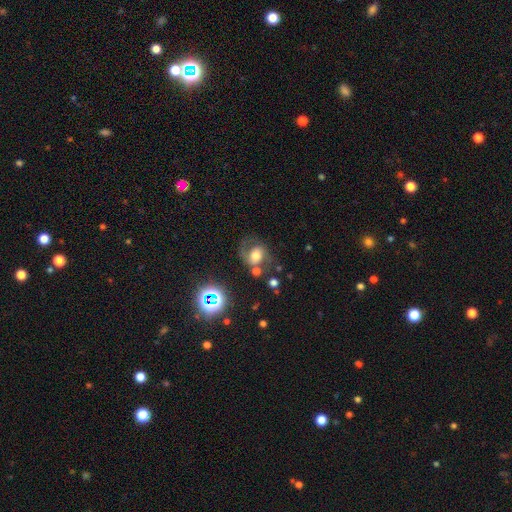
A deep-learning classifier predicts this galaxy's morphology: A featured or disk galaxy (52%) with no bar (52%), spiral arms (81%) and a moderate central bulge (50%).

Vote fractions:
- Smooth or featured? featured or disk: 52% / smooth: 32% / star or artifact: 15%
- Edge-on disk? no: 96% / yes: 4%
- Bar? no: 52% / weak: 33% / strong: 15%
- Spiral arms? yes: 81% / no: 19%
- Bulge size? moderate: 50% / large: 30% / small: 11% / dominant: 5% / none: 3%
- Merging? none: 51% / minor disturbance: 21% / major disturbance: 18% / merger: 11%